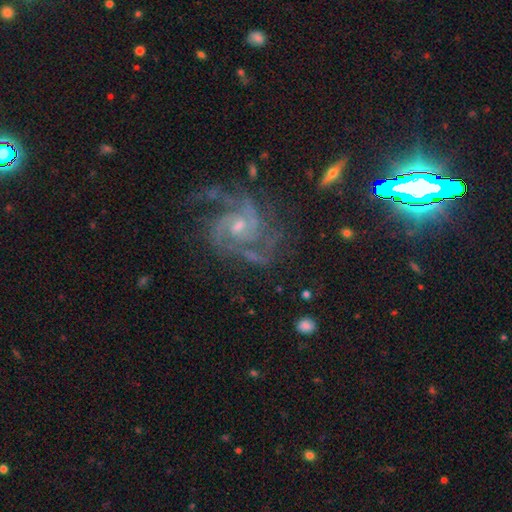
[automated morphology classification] type=featured or disk (89%); edge-on=no (98%); bar=no (56%); spiral arms=yes (97%); winding=medium (48%); arm count=2 (38%); bulge=small (54%); merging=none (61%).